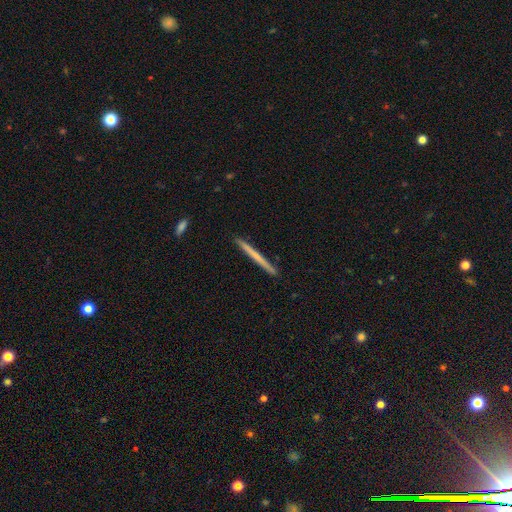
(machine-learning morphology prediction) Smooth or featured: smooth — 53% (featured or disk — 42%)
How rounded: cigar-shaped — 97% (in between — 1%)
Merging: none — 92% (minor disturbance — 5%)